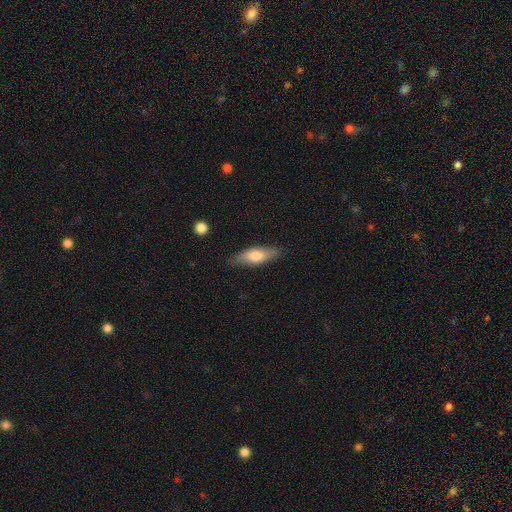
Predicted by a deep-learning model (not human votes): A smooth galaxy with no disk features (68%) that is in between round and cigar-shaped (53%). Merging: none (84%).